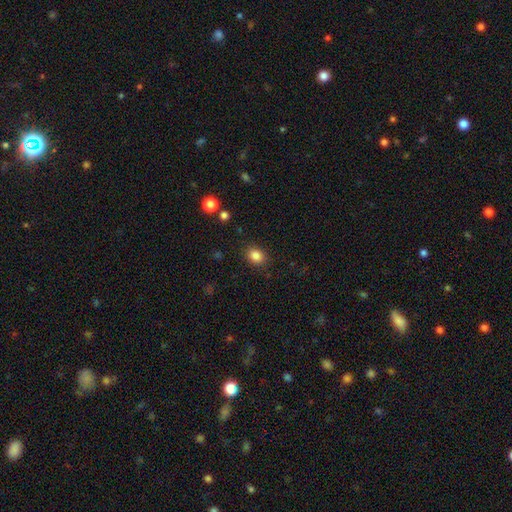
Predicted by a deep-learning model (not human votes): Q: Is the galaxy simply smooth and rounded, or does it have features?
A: smooth — 85%.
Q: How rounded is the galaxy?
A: in between — 51%.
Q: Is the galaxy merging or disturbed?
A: none — 86%.